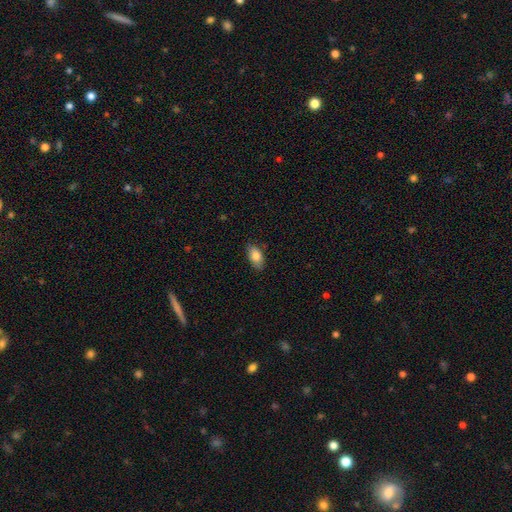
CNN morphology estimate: Q: Smooth or featured?
A: smooth (82%); runner-up: featured or disk (10%)
Q: How rounded?
A: in between (91%); runner-up: round (5%)
Q: Merging?
A: none (82%); runner-up: minor disturbance (14%)